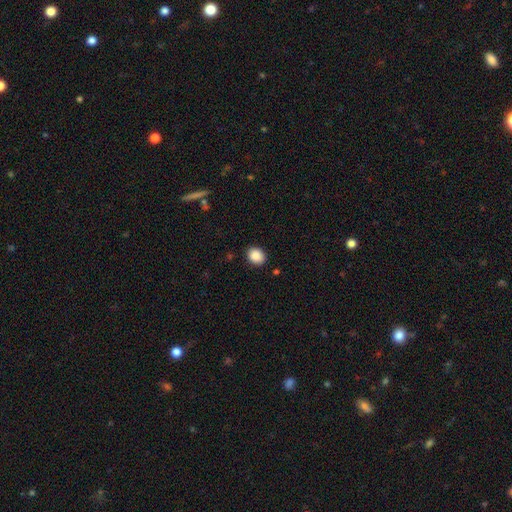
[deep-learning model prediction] Smooth or featured? Predicted: smooth (p=0.89). How rounded? Predicted: round (p=0.51). Merging? Predicted: none (p=0.88).